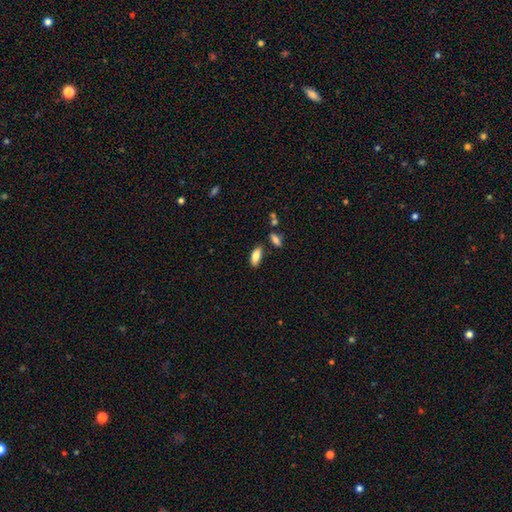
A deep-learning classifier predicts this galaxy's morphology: smooth-or-featured: smooth: 83% | featured or disk: 10% | star or artifact: 7%
  how-rounded: in between: 82% | cigar-shaped: 16% | round: 2%
  merging: none: 79% | minor disturbance: 12% | merger: 6% | major disturbance: 3%